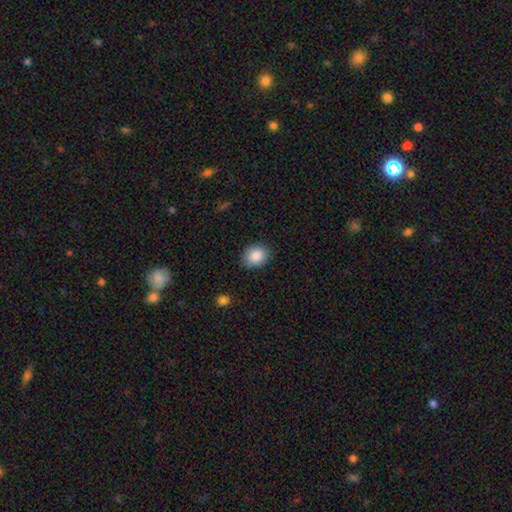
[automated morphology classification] smooth 87%, star or artifact 8%, featured or disk 5%. Down the decision tree: how rounded — round (60%); merging — none (86%).